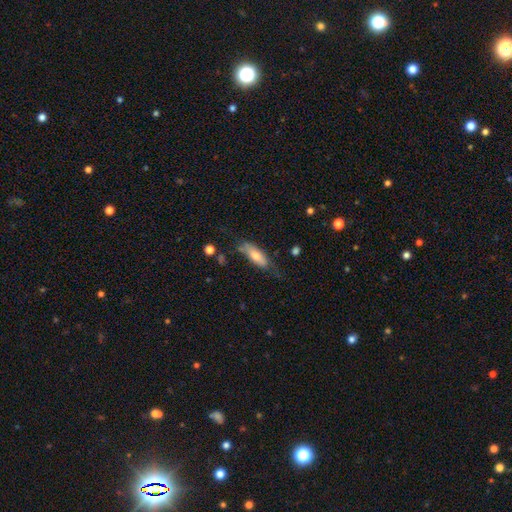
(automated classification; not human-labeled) The model was most divided on "merging": none: 53%, minor disturbance: 30%, major disturbance: 12%, merger: 5%. More confident: smooth or featured — smooth (68%); how rounded — in between (66%).